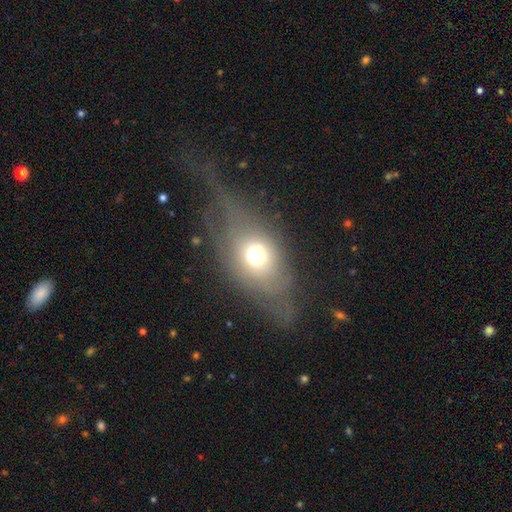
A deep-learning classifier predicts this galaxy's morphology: The model was most divided on "merging": none: 47%, major disturbance: 32%, minor disturbance: 18%, merger: 3%. More confident: how rounded — in between (64%); smooth or featured — smooth (51%).